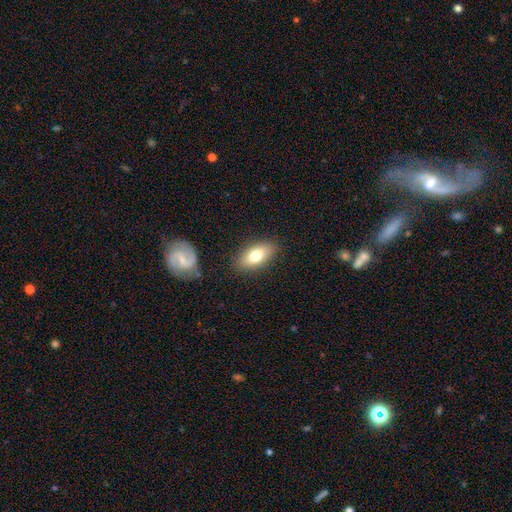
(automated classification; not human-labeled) Q: Smooth or featured?
A: smooth (74%); runner-up: featured or disk (19%)
Q: How rounded?
A: in between (87%); runner-up: cigar-shaped (9%)
Q: Merging?
A: none (85%); runner-up: minor disturbance (11%)